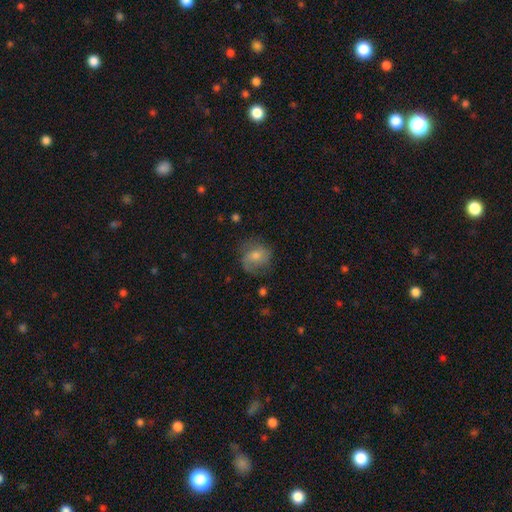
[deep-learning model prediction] Smooth or featured? smooth (50%)
How rounded? round (76%)
Merging? none (65%)